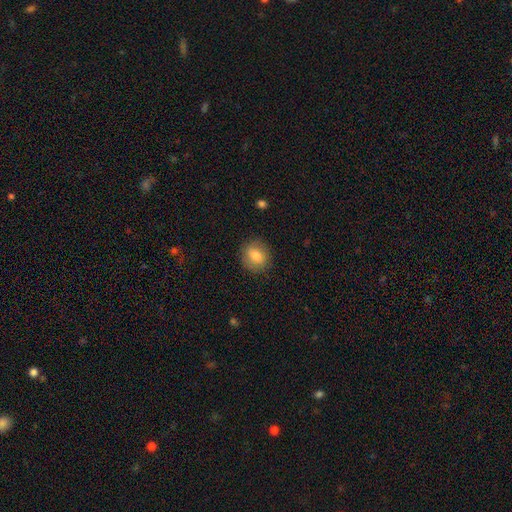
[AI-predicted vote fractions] smooth_or_featured: smooth (p=0.79) [alt: featured or disk p=0.12]
how_rounded: round (p=0.68) [alt: in between p=0.31]
merging: none (p=0.85) [alt: minor disturbance p=0.11]